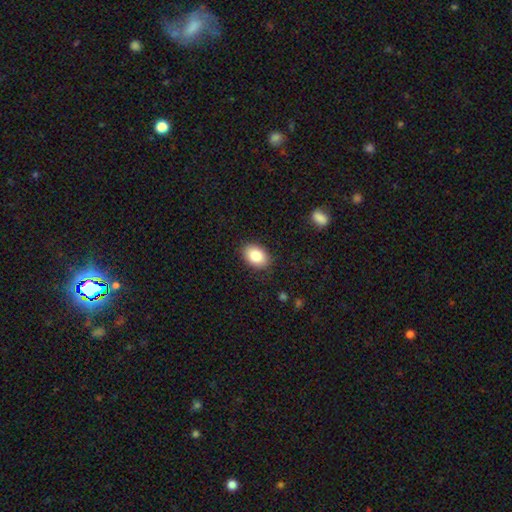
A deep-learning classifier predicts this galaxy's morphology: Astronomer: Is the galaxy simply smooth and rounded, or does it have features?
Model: smooth — 85%.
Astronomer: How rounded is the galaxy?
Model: in between — 83%.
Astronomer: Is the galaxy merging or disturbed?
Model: none — 88%.